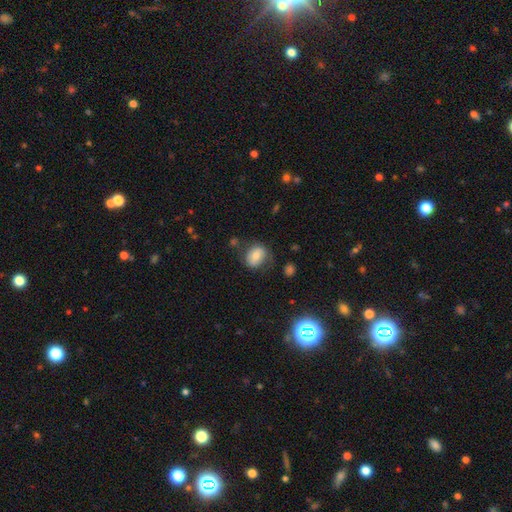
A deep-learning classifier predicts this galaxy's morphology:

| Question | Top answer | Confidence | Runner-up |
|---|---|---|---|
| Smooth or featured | smooth | 72% | featured or disk (18%) |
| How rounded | in between | 54% | round (45%) |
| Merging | none | 64% | minor disturbance (22%) |